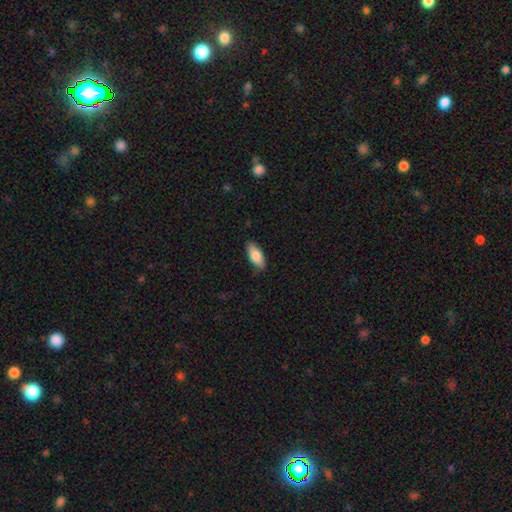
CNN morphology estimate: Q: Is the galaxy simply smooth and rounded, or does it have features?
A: smooth — 82%.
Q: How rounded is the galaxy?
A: in between — 82%.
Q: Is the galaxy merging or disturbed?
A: none — 86%.